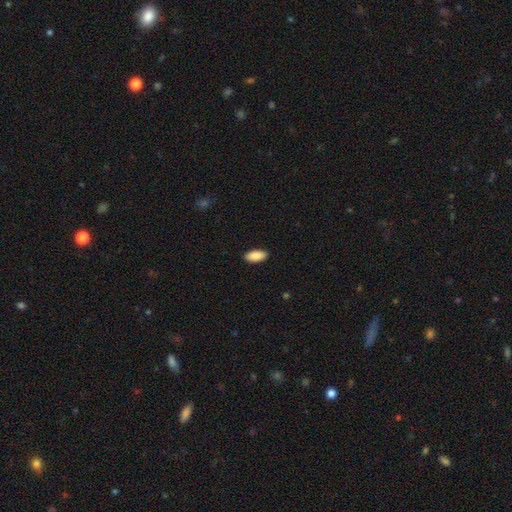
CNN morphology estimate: Q: Smooth or featured?
A: smooth (89%); runner-up: star or artifact (6%)
Q: How rounded?
A: in between (90%); runner-up: cigar-shaped (8%)
Q: Merging?
A: none (90%); runner-up: minor disturbance (7%)